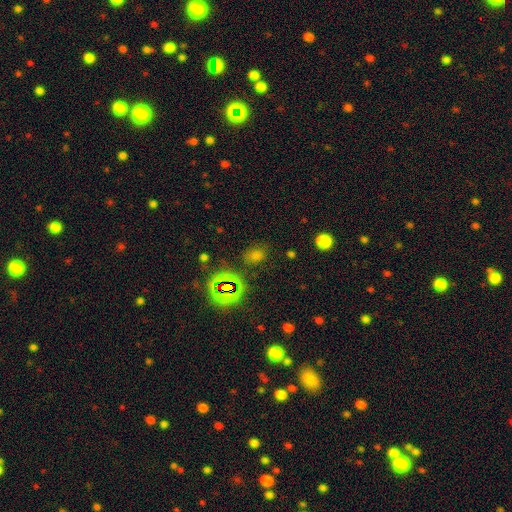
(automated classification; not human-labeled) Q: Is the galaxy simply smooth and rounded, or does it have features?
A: smooth — 49%.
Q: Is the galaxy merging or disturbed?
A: none — 79%.